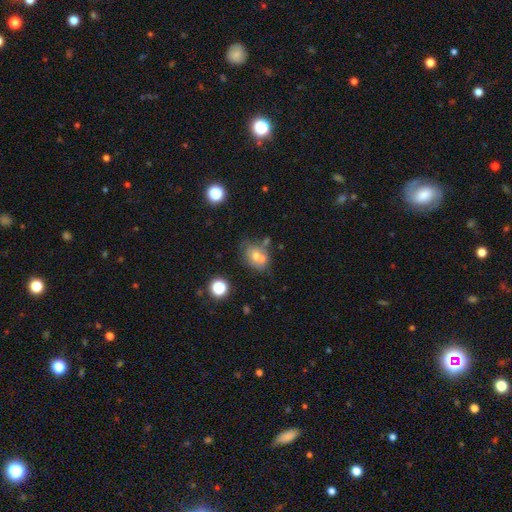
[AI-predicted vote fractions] smooth_or_featured: smooth (p=0.59) [alt: featured or disk p=0.26]
how_rounded: in between (p=0.53) [alt: round p=0.46]
merging: none (p=0.39) [tied with: merger p=0.39]